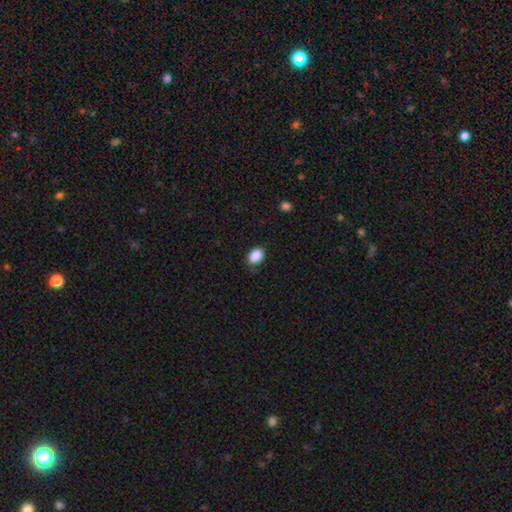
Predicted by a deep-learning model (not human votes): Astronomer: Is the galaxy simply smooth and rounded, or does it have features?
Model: smooth — 89%.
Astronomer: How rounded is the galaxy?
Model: in between — 73%.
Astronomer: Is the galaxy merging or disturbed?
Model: none — 76%.